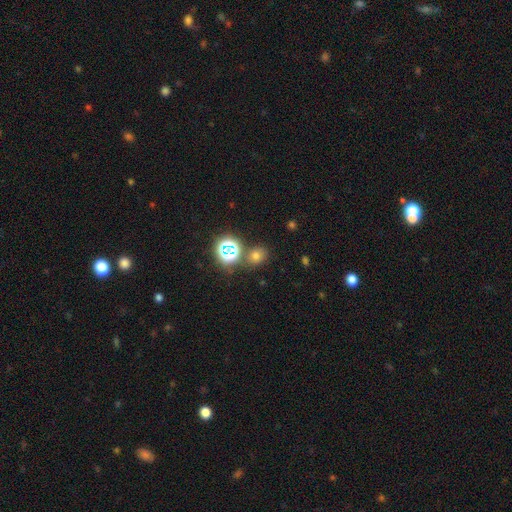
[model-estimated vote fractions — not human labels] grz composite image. It shows a smooth galaxy with no disk features (64%) that is round (65%). Merging: none (74%).